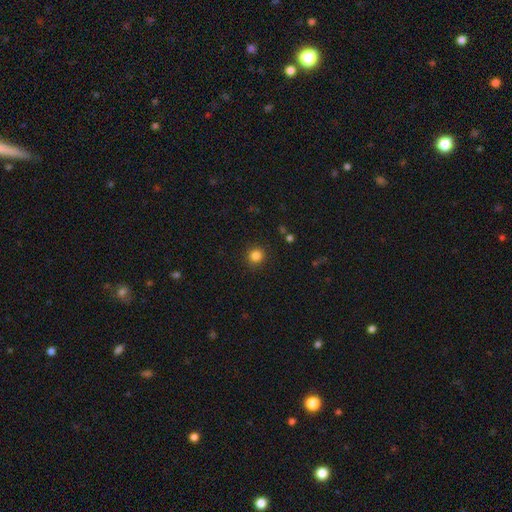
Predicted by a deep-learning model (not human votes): Q: Smooth or featured?
A: smooth (83%); runner-up: star or artifact (12%)
Q: How rounded?
A: round (92%); runner-up: in between (7%)
Q: Merging?
A: none (91%); runner-up: minor disturbance (6%)